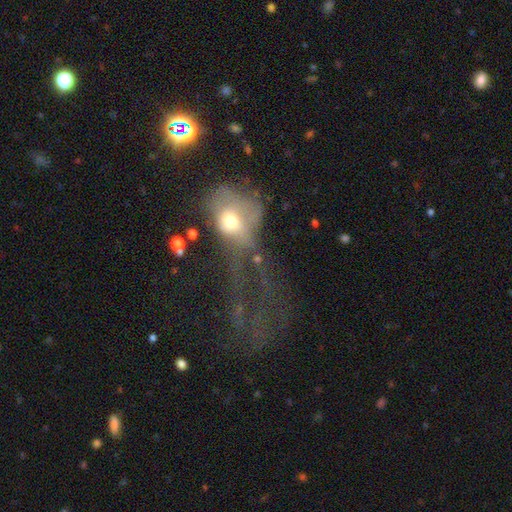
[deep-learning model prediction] Smooth or featured: featured or disk — 40% (smooth — 38%)
Merging: major disturbance — 67% (merger — 12%)